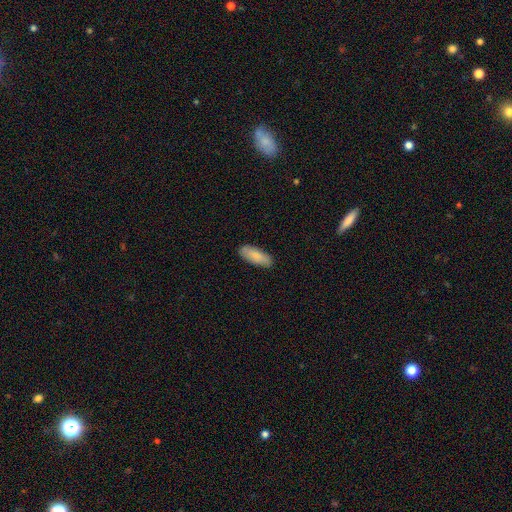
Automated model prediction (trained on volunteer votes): The model was most divided on "how rounded": in between: 77%, cigar-shaped: 22%, round: 2%. More confident: merging — none (85%); smooth or featured — smooth (83%).